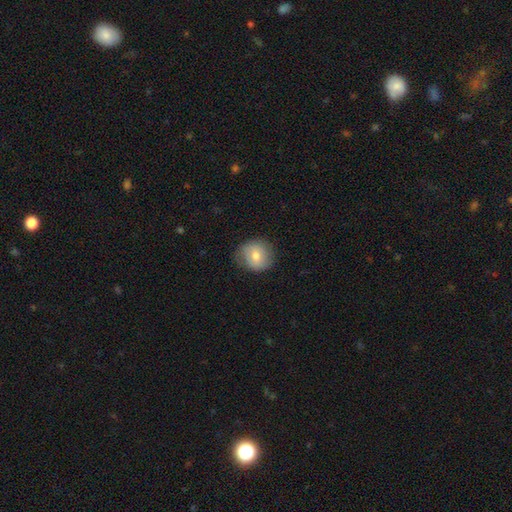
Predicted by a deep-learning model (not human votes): Morphology: type=smooth (71%); roundness=round (84%); merging=none (78%).